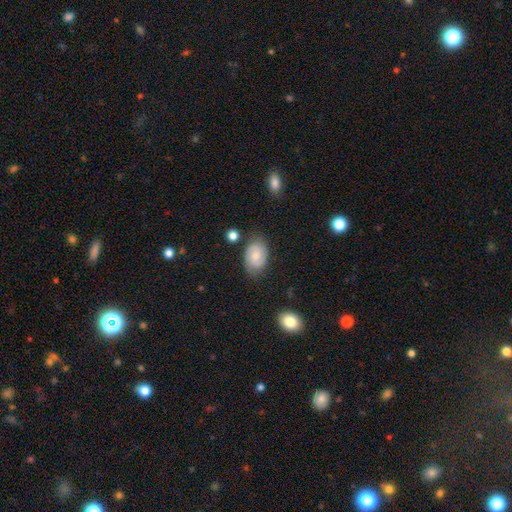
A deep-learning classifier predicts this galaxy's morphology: featured or disk 54%, smooth 38%, star or artifact 8%. Down the decision tree: edge-on disk — no (96%); bar — no (56%); spiral arms — yes (89%); bulge size — small (51%); merging — none (75%).